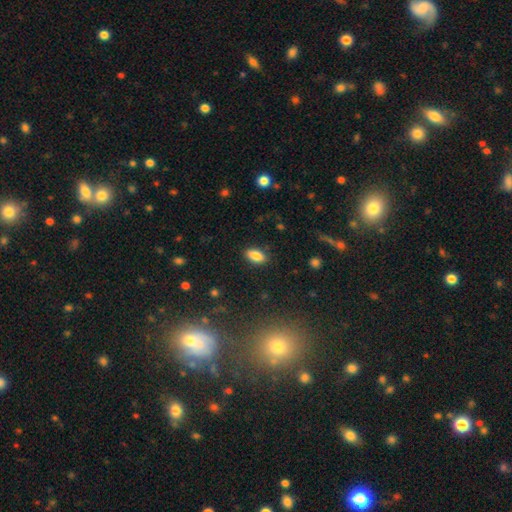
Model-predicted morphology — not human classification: The model was most divided on "smooth or featured": smooth: 85%, star or artifact: 8%, featured or disk: 7%. More confident: how rounded — in between (88%); merging — none (87%).